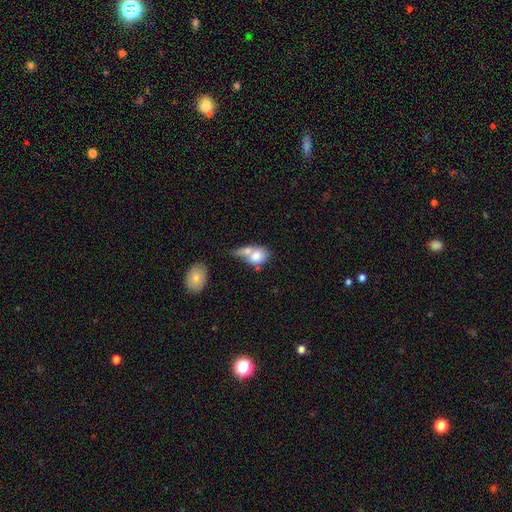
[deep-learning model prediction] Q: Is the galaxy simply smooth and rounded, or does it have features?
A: smooth — 75%.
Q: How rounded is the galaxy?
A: in between — 56%.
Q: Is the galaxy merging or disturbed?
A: merger — 62%.